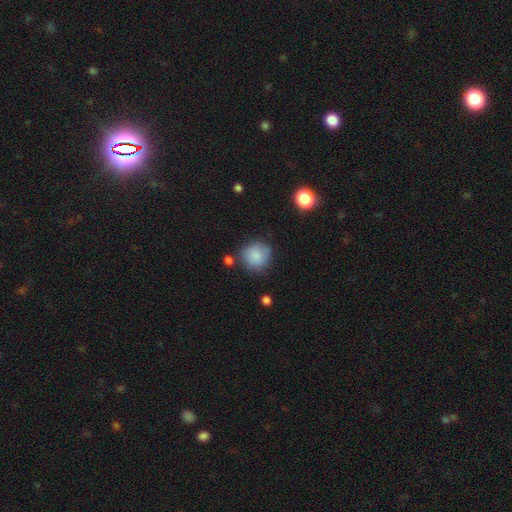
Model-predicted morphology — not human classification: This is clearly a smooth galaxy (85%). How rounded: clearly round (90%). Merging: likely none (75%).